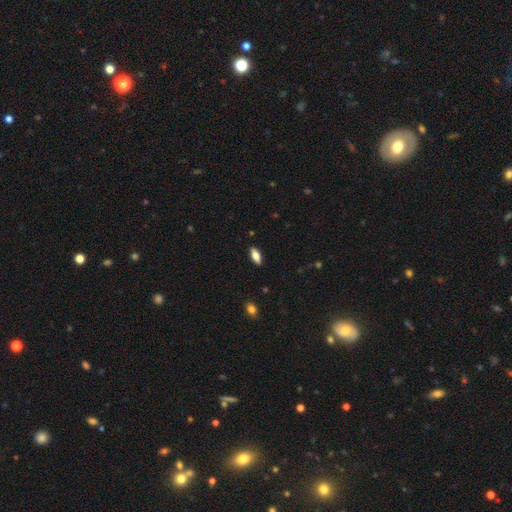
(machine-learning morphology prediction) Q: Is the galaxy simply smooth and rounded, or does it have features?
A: smooth — 75%.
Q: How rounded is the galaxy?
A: in between — 80%.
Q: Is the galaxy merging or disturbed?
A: none — 89%.